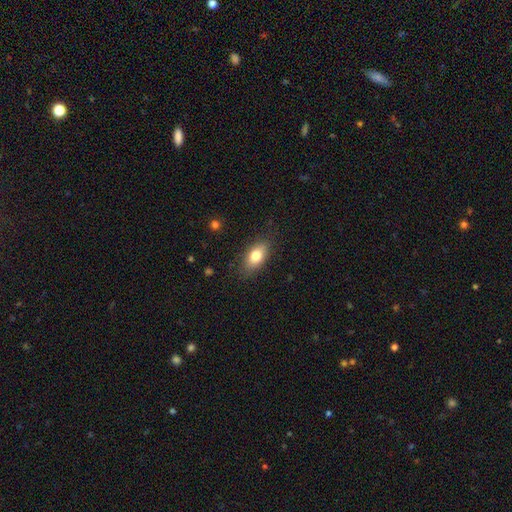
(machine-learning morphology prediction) Smooth or featured? smooth (77%)
How rounded? in between (86%)
Merging? none (83%)